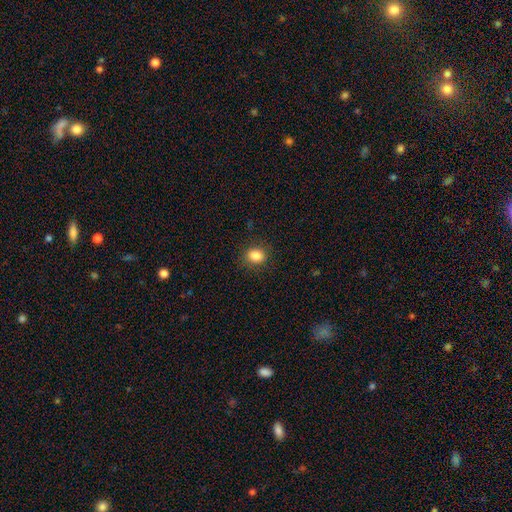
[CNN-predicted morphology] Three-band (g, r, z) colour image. It shows a smooth galaxy with no disk features (85%) that is round (56%). Merging: none (87%).